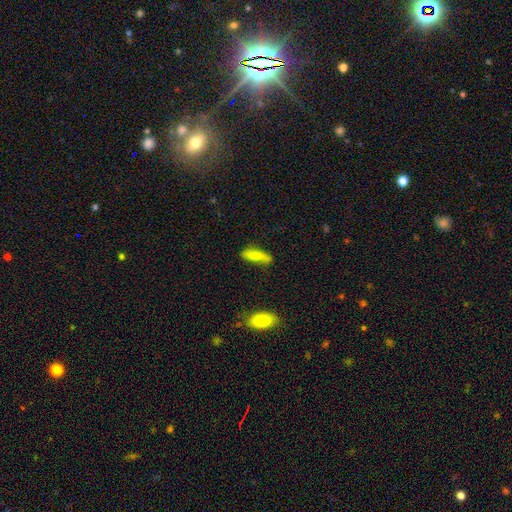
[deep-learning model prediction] The model was most divided on "how rounded": cigar-shaped: 53%, in between: 44%, round: 3%. More confident: smooth or featured — smooth (70%); merging — none (70%).